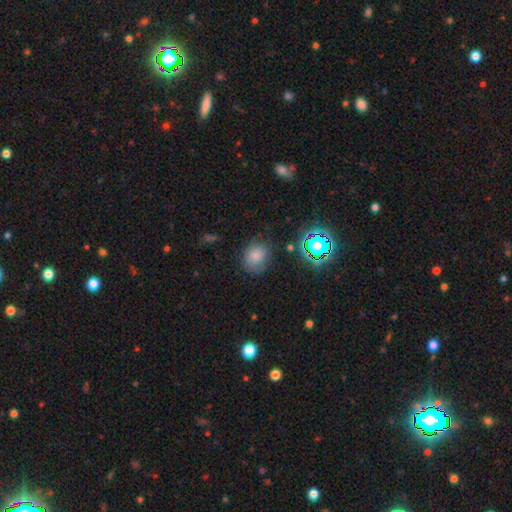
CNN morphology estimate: smooth-or-featured: smooth: 73% | star or artifact: 16% | featured or disk: 11%
  how-rounded: round: 66% | in between: 33% | cigar-shaped: 1%
  merging: none: 69% | minor disturbance: 21% | major disturbance: 7% | merger: 3%